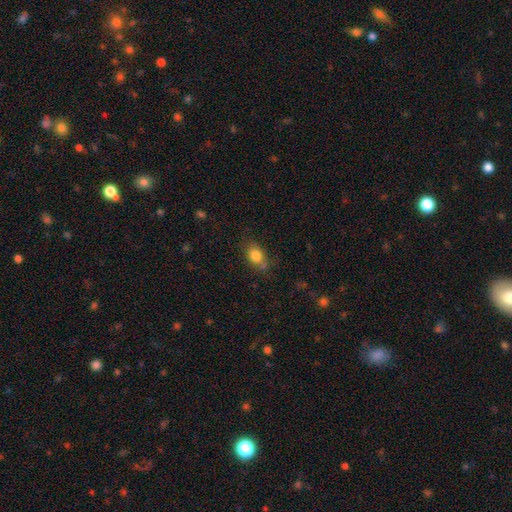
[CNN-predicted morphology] This appears to be a smooth galaxy with no disk features (81%) that is in between round and cigar-shaped (68%). Merging: none (64%).